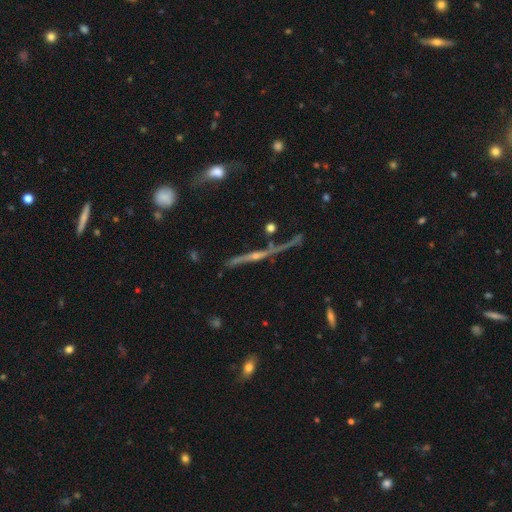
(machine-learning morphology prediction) smooth_or_featured: featured or disk (p=0.80) [alt: star or artifact p=0.11]
disk_edge_on: yes (p=0.92) [alt: no p=0.08]
edge_on_bulge: rounded (p=0.76) [alt: none p=0.18]
merging: none (p=0.65) [alt: minor disturbance p=0.17]